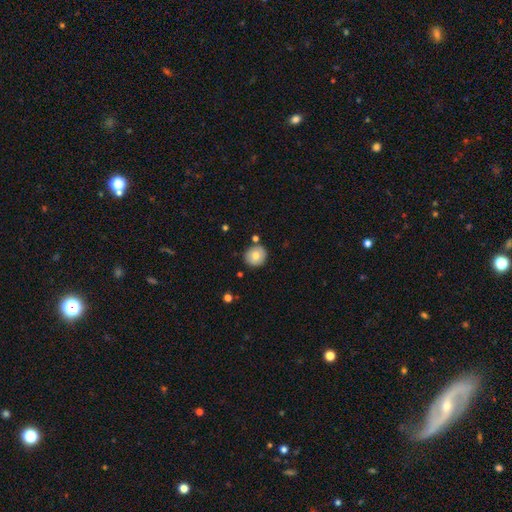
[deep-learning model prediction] This appears to be a smooth galaxy with no disk features (73%) that is round (90%). Merging: none (82%).